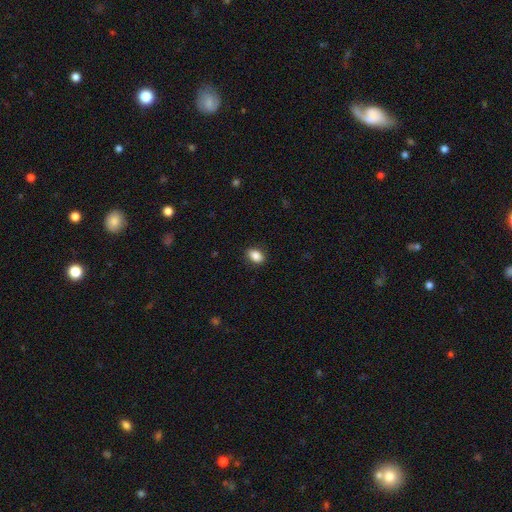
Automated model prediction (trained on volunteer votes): Smooth or featured? smooth (87%)
How rounded? in between (82%)
Merging? none (88%)